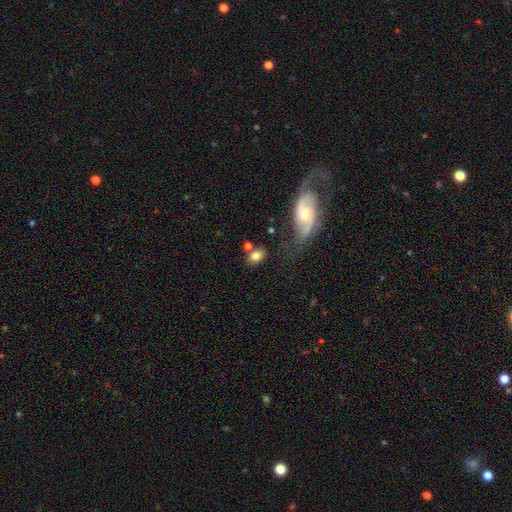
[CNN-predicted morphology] A smooth galaxy with no disk features (79%) that is in between round and cigar-shaped (77%). Merging: none (64%).